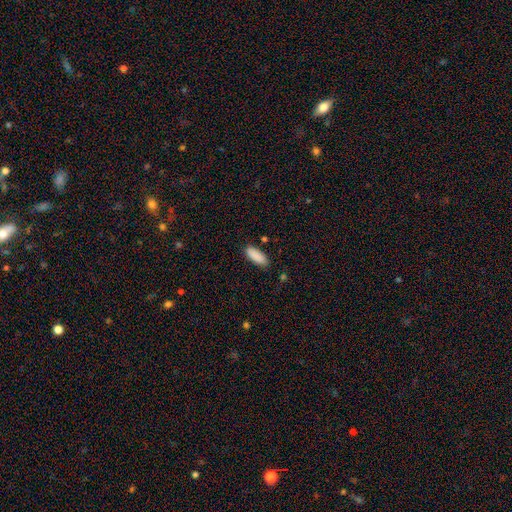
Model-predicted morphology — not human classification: Overall: smooth (89%). How rounded: in between (75%). Merging: none (83%).